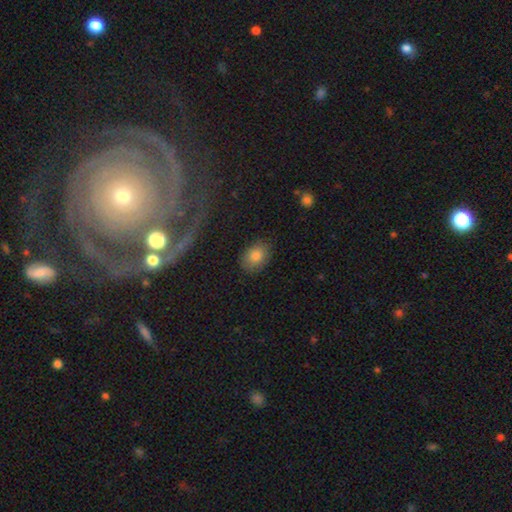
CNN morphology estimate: The model was most divided on "how rounded": in between: 68%, round: 31%, cigar-shaped: 1%. More confident: merging — none (84%); smooth or featured — smooth (82%).